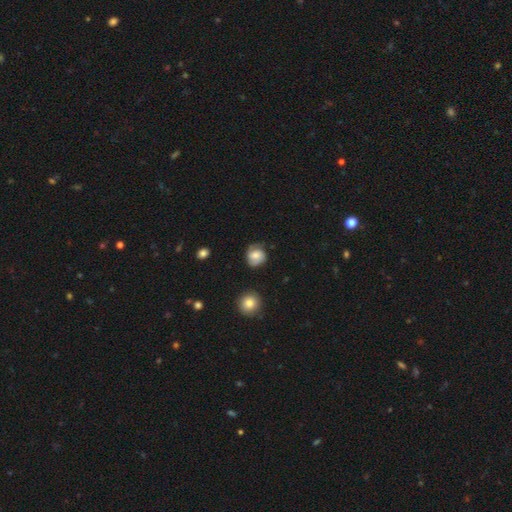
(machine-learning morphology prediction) Q: Smooth or featured?
A: featured or disk (47%); runner-up: smooth (44%)
Q: Merging?
A: none (69%); runner-up: minor disturbance (21%)